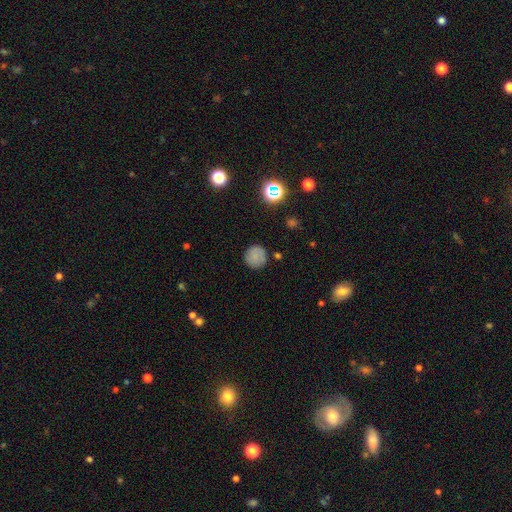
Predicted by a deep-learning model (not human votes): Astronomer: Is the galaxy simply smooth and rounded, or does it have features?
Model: smooth — 78%.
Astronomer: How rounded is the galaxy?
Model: round — 94%.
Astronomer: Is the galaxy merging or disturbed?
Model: none — 84%.